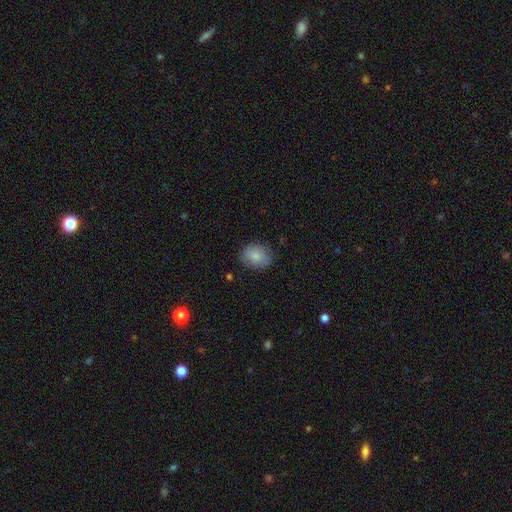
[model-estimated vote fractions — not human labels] Overall: smooth (84%). How rounded: in between (53%; round 46%). Merging: none (80%).